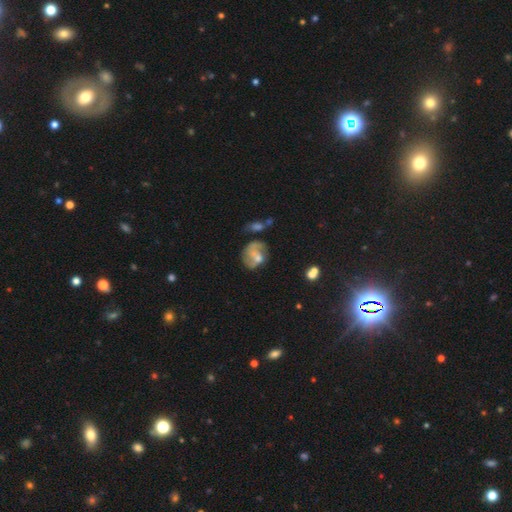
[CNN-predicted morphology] Overall: featured or disk (63%; smooth 29%). Edge-on disk: no (98%). Bar: no (53%; weak 38%). Spiral arms: yes (78%). Bulge size: small (43%; moderate 38%). Merging: none (49%; minor disturbance 22%).